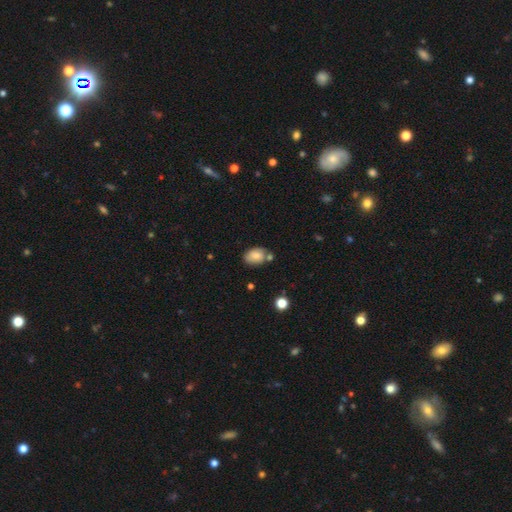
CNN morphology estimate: smooth_or_featured: smooth (p=0.79) [alt: featured or disk p=0.13]
how_rounded: in between (p=0.79) [alt: round p=0.19]
merging: none (p=0.62) [alt: minor disturbance p=0.20]